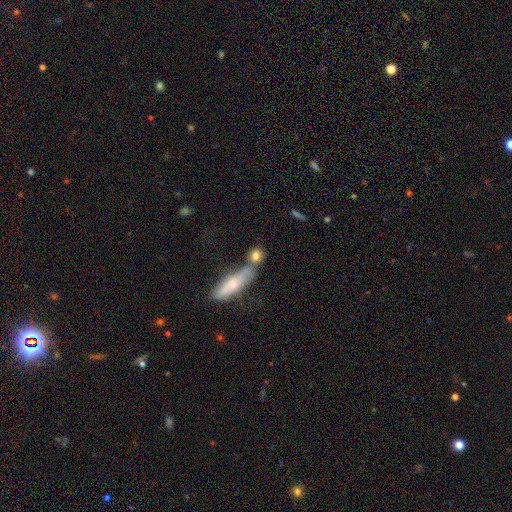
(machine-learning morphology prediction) smooth-or-featured: smooth: 74% | featured or disk: 16% | star or artifact: 10%
  how-rounded: round: 64% | in between: 22% | cigar-shaped: 14%
  merging: none: 58% | merger: 26% | minor disturbance: 11% | major disturbance: 5%